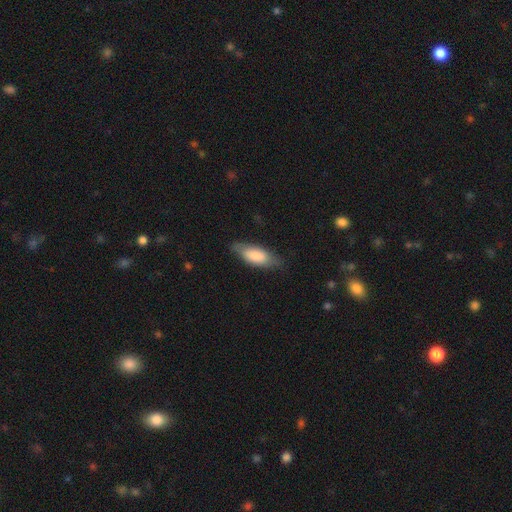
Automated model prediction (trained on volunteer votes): Smooth or featured? Predicted: smooth (p=0.77). How rounded? Predicted: in between (p=0.74). Merging? Predicted: none (p=0.74).